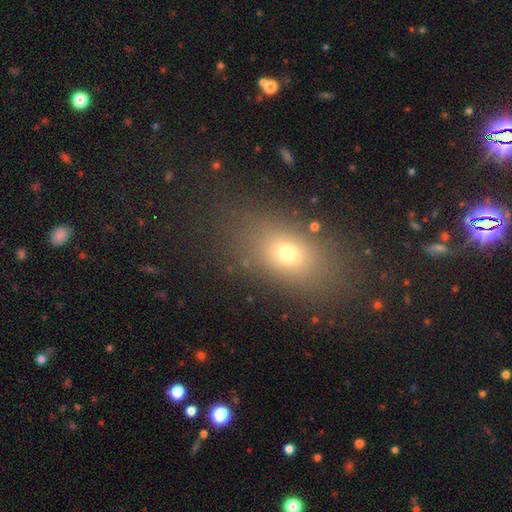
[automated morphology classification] smooth_or_featured: smooth (p=0.62) [alt: star or artifact p=0.26]
how_rounded: in between (p=0.72) [alt: round p=0.22]
merging: none (p=0.83) [alt: minor disturbance p=0.10]